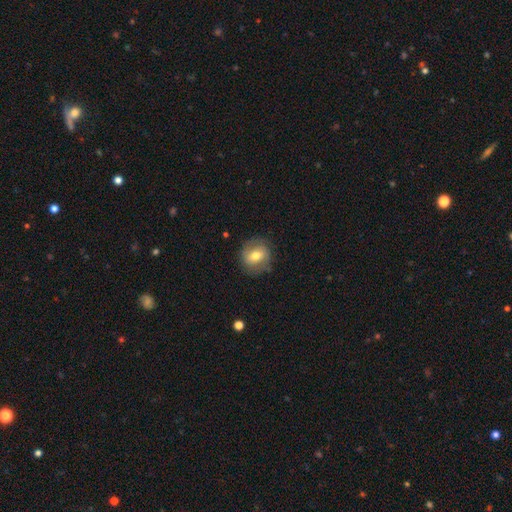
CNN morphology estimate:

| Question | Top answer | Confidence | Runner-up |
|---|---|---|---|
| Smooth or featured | smooth | 57% | featured or disk (35%) |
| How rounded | round | 73% | in between (26%) |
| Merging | none | 77% | minor disturbance (16%) |